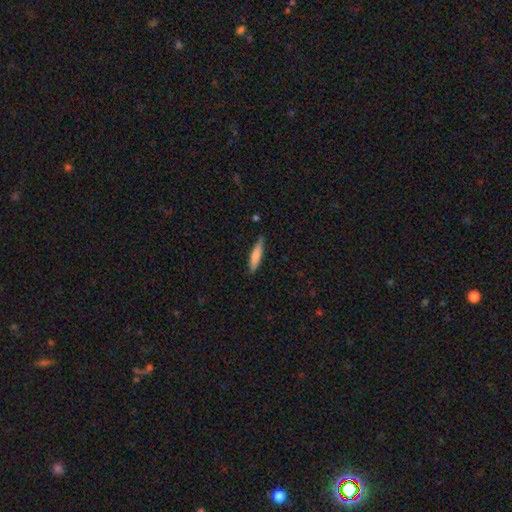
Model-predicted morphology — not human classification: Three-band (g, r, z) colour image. It shows a smooth galaxy with no disk features (74%) that is cigar-shaped (81%). Merging: none (81%).